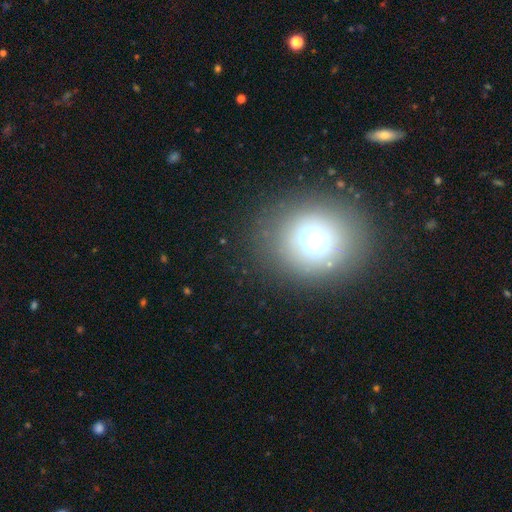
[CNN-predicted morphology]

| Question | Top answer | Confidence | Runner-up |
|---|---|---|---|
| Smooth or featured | smooth | 54% | star or artifact (23%) |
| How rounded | round | 69% | in between (29%) |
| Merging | none | 85% | minor disturbance (9%) |